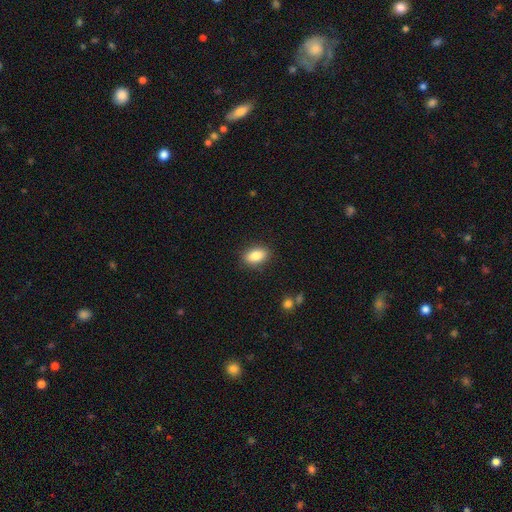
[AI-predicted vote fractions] Smooth or featured? Predicted: smooth (p=0.85). How rounded? Predicted: in between (p=0.88). Merging? Predicted: none (p=0.87).